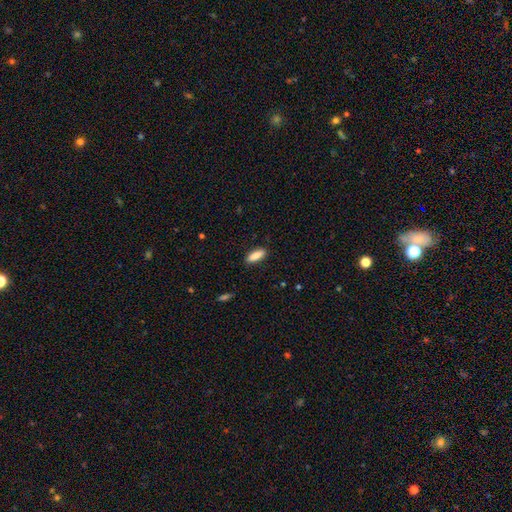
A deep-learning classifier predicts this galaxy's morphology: A smooth galaxy with no disk features (88%) that is in between round and cigar-shaped (65%). Merging: none (89%).